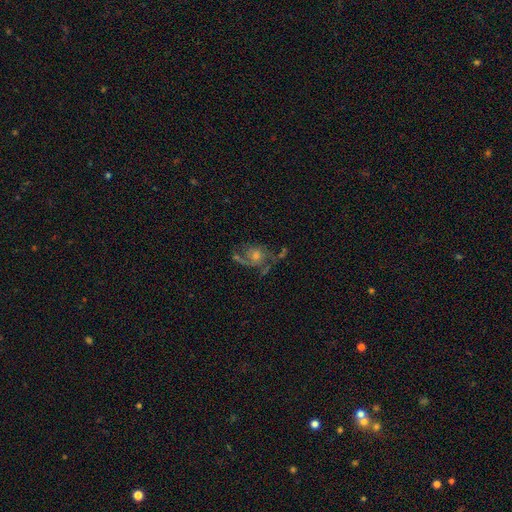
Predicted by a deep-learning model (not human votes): This appears to be a featured or disk galaxy (68%) with no bar (77%), 2 (54%) medium (43%) spiral arms (80%) and a moderate central bulge (49%). Merging: none (41%).